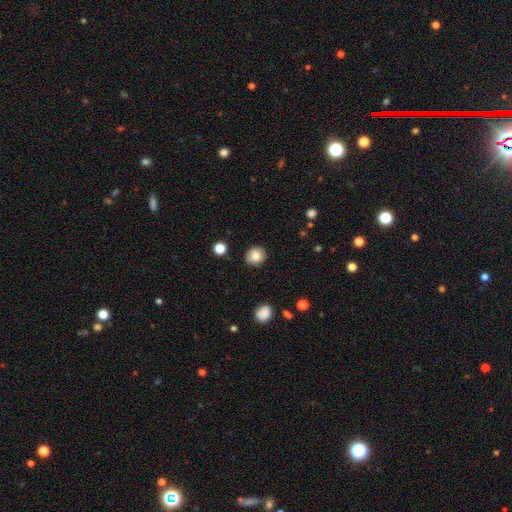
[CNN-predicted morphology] A smooth galaxy with no disk features (84%) that is round (82%). Merging: none (90%).